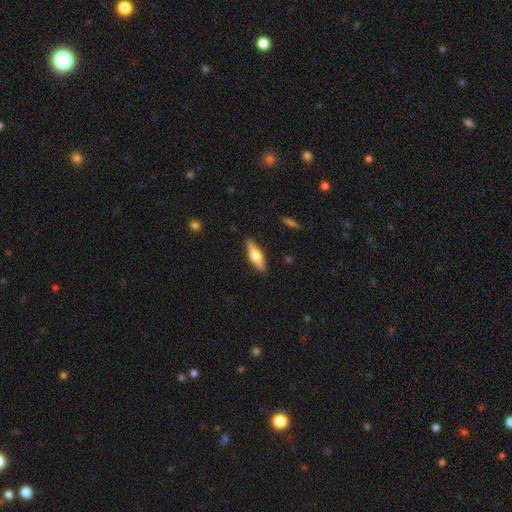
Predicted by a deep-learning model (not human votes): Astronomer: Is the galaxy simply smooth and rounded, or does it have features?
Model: smooth — 51% (runner-up: featured or disk, 43%).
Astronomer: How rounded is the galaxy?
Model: cigar-shaped — 57% (runner-up: in between, 41%).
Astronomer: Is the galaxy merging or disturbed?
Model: none — 89%.